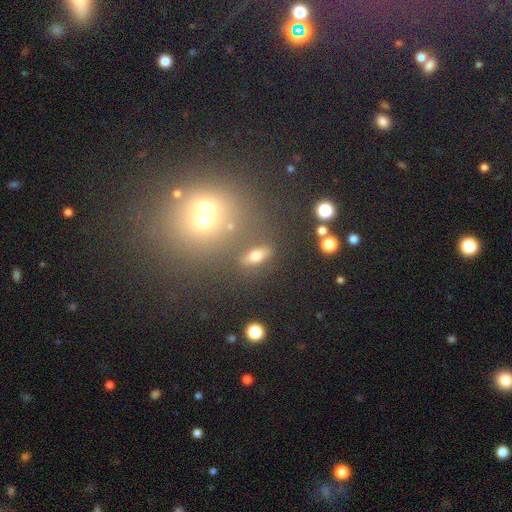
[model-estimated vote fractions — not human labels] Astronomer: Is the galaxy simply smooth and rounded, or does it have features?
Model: smooth — 51% (runner-up: featured or disk, 30%).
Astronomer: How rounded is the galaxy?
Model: in between — 56%.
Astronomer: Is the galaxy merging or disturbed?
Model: none — 76%.